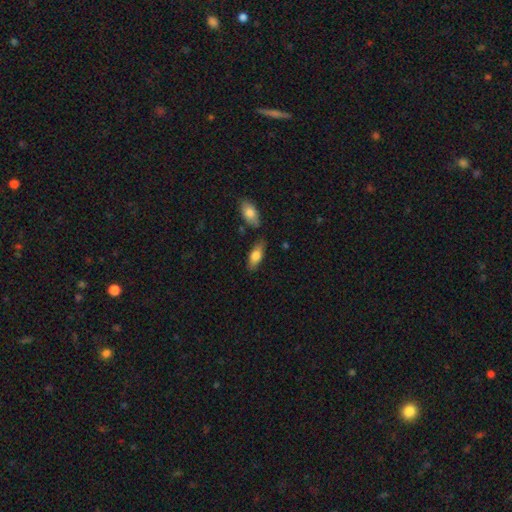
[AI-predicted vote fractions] smooth 74%, featured or disk 20%, star or artifact 6%. Down the decision tree: how rounded — in between (79%); merging — none (75%).